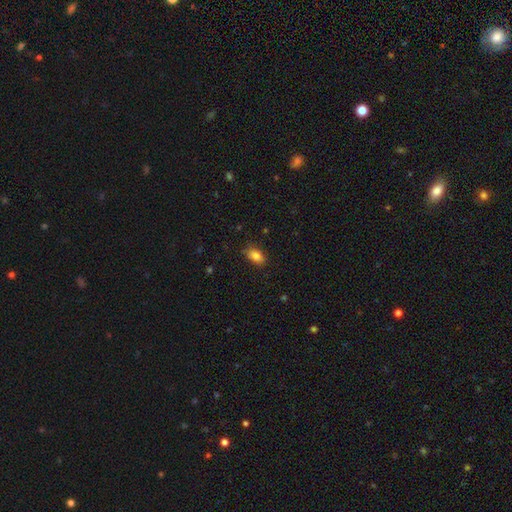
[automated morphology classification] Smooth or featured? Predicted: smooth (p=0.85). How rounded? Predicted: in between (p=0.88). Merging? Predicted: none (p=0.81).